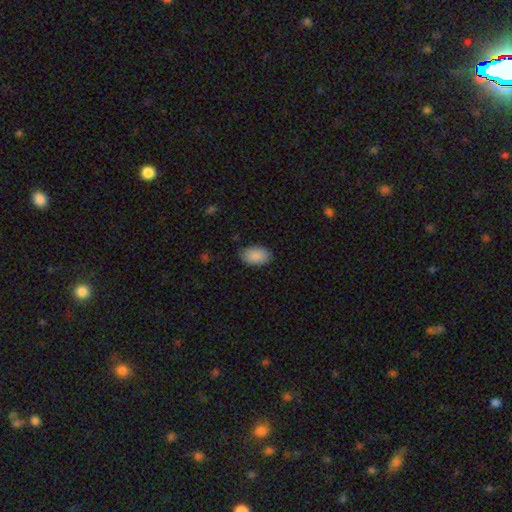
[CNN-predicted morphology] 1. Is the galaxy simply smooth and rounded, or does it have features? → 89% smooth, 6% star or artifact, 5% featured or disk.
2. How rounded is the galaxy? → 90% in between, 8% round, 1% cigar-shaped.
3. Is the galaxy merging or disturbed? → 83% none, 13% minor disturbance, 3% major disturbance, 1% merger.